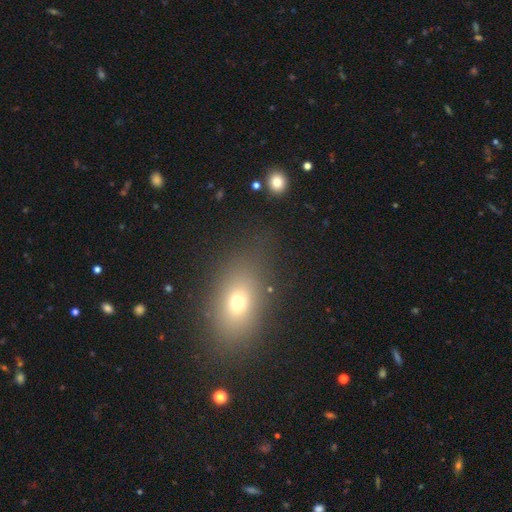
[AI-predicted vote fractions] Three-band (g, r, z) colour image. It shows a smooth galaxy with no disk features (65%) that is in between round and cigar-shaped (74%). Merging: none (84%).